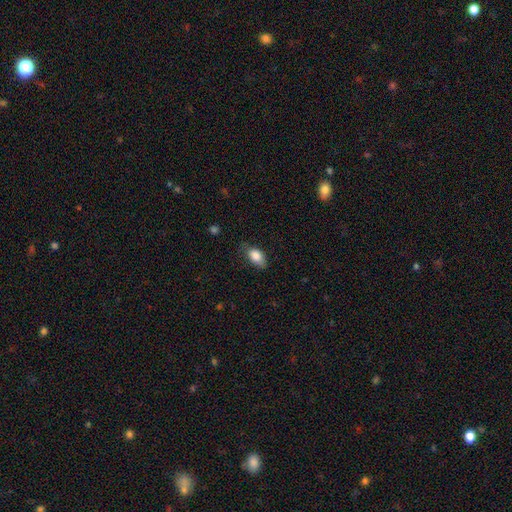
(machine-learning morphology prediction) The model was most divided on "merging": none: 65%, minor disturbance: 27%, major disturbance: 7%, merger: 1%. More confident: how rounded — in between (90%); smooth or featured — smooth (84%).